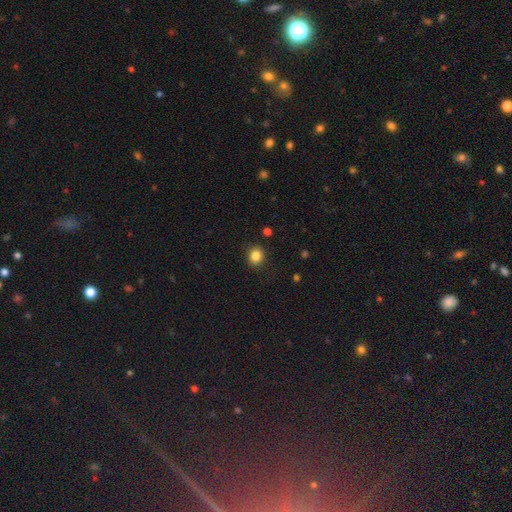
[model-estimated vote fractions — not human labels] This appears to be a smooth galaxy with no disk features (84%) that is round (82%). Merging: none (90%).